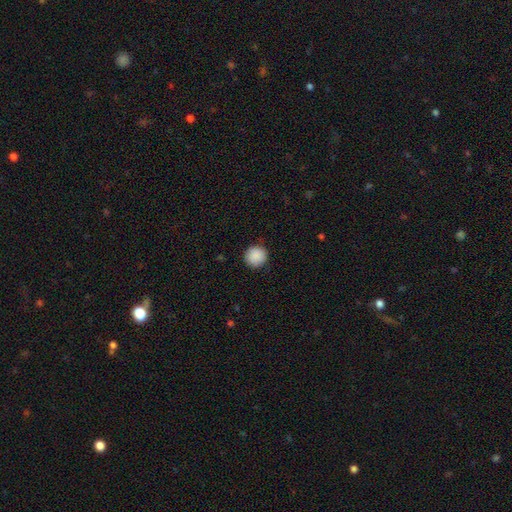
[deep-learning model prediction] Overall: smooth (89%). How rounded: round (94%). Merging: none (89%).